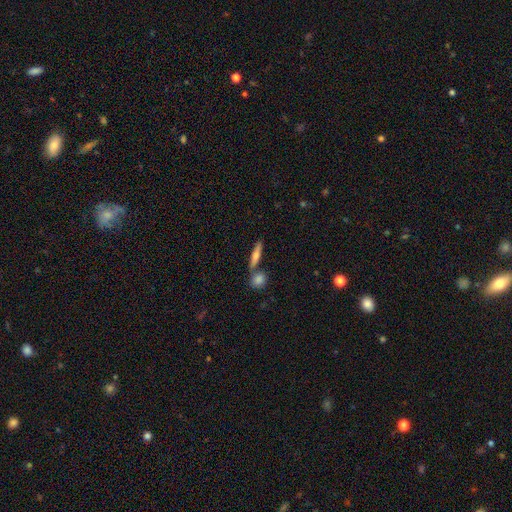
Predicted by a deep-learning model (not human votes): smooth 58%, featured or disk 35%, star or artifact 7%. Down the decision tree: how rounded — cigar-shaped (78%); merging — none (68%).